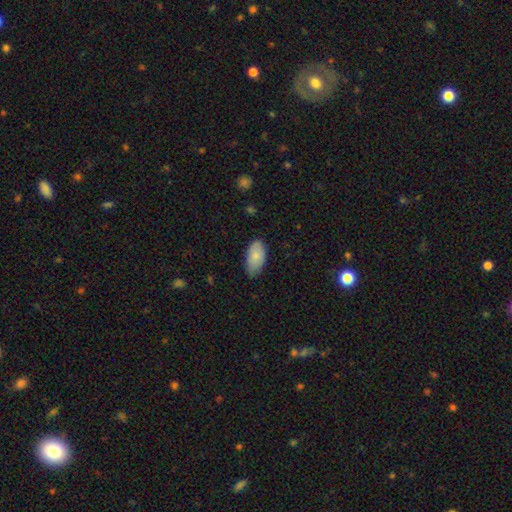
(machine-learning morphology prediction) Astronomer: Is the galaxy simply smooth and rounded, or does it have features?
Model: smooth — 83%.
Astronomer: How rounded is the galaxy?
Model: in between — 95%.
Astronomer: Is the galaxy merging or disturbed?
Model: none — 70%.